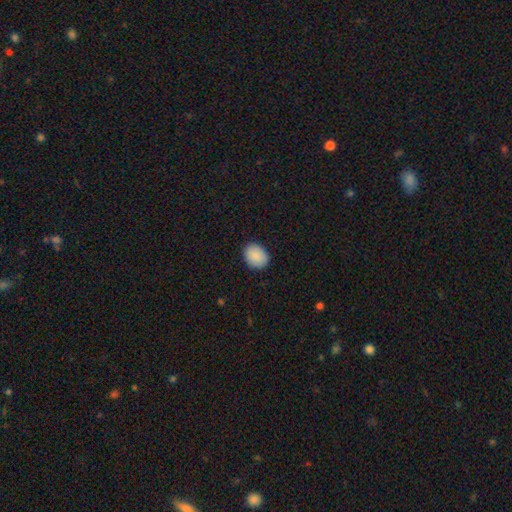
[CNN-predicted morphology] This appears to be a smooth galaxy with no disk features (89%) that is in between round and cigar-shaped (61%). Merging: none (88%).